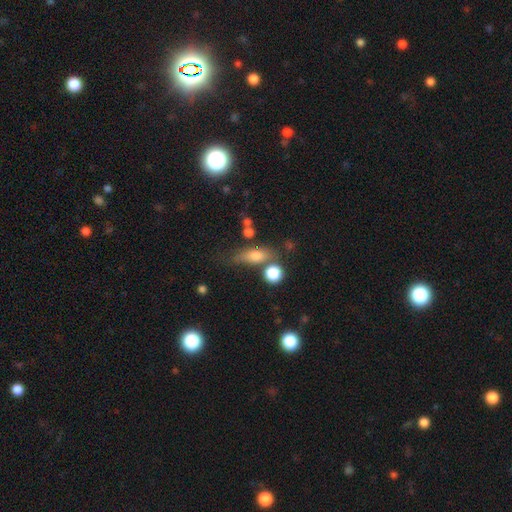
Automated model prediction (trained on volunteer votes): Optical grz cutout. It shows a smooth galaxy with no disk features (72%) that is in between round and cigar-shaped (61%). Merging: none (51%).